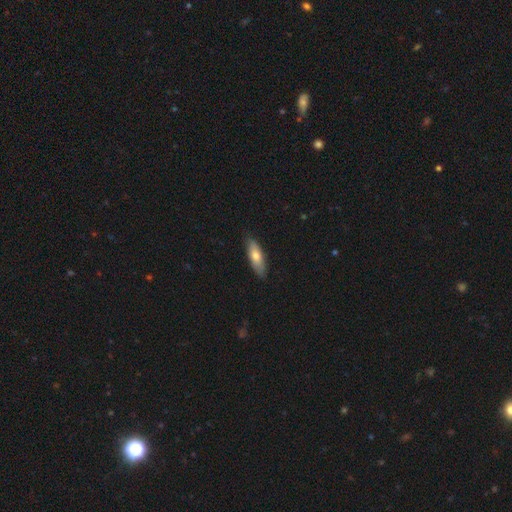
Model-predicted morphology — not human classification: This appears to be a smooth galaxy with no disk features (68%) that is in between round and cigar-shaped (52%). Merging: none (85%).